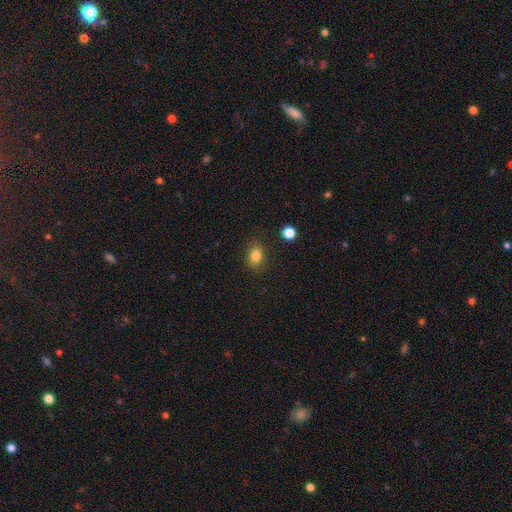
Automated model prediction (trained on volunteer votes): smooth 83%, star or artifact 11%, featured or disk 5%. Down the decision tree: how rounded — in between (67%); merging — none (83%).